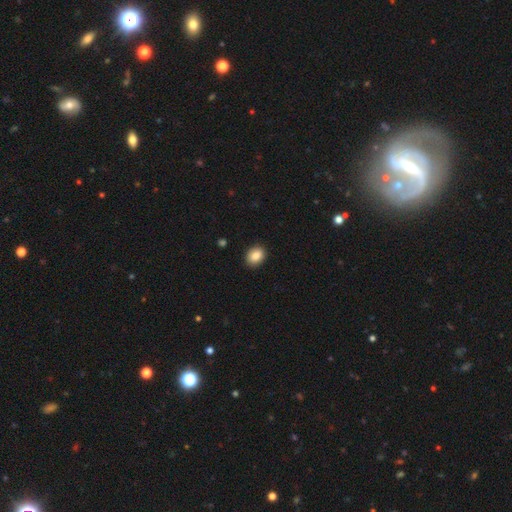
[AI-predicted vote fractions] The model was most divided on "how rounded": in between: 54%, round: 45%, cigar-shaped: 1%. More confident: merging — none (90%); smooth or featured — smooth (86%).